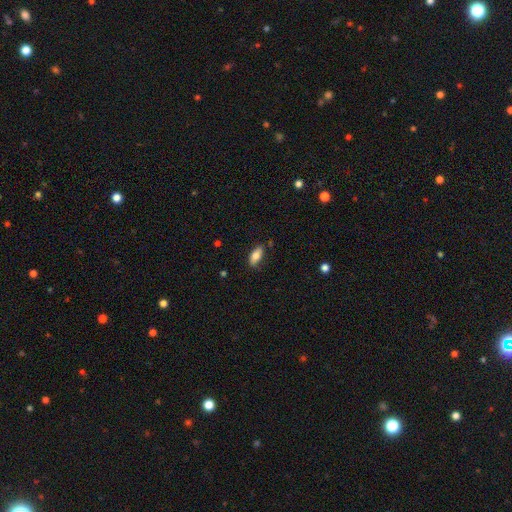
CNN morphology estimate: This is likely a smooth galaxy (78%). How rounded: clearly in between (86%). Merging: clearly none (80%).